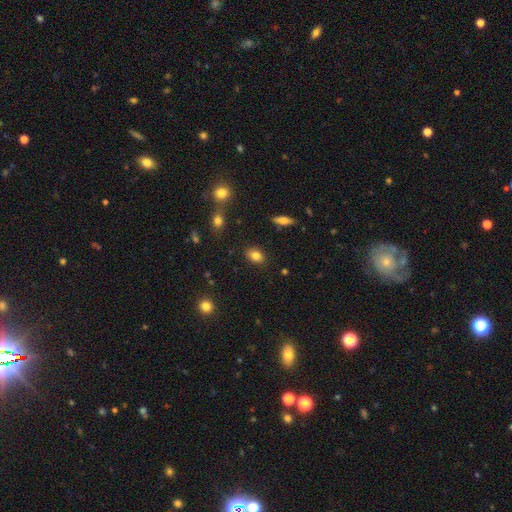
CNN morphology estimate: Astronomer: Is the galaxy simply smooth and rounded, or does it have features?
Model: smooth — 82%.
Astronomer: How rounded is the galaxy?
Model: in between — 71%.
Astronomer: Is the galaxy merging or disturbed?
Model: none — 85%.